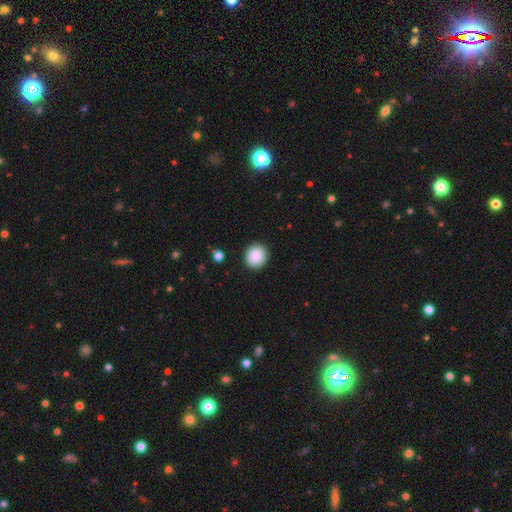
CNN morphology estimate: This is clearly a smooth galaxy (89%). How rounded: clearly round (85%). Merging: clearly none (90%).